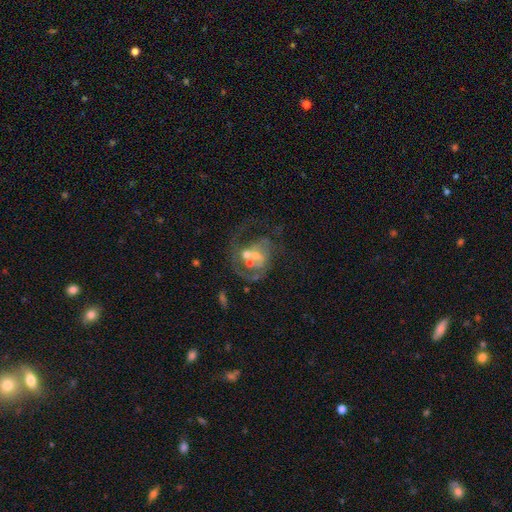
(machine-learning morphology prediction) The model was most divided on "bulge size": moderate: 41%, small: 36%, none: 16%, large: 6%, dominant: 2%. Remaining: edge-on disk — no (98%); smooth or featured — featured or disk (74%); spiral arms — yes (67%); bar — no (64%); merging — merger (34%).